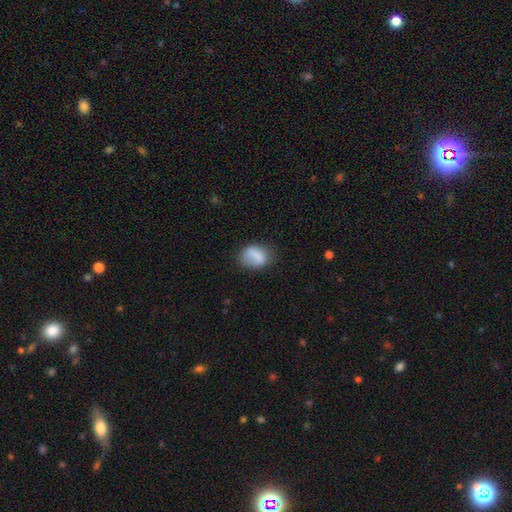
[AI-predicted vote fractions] Smooth or featured?
  - smooth: 81% *
  - featured or disk: 10%
  - star or artifact: 9%
How rounded?
  - in between: 69% *
  - round: 30%
  - cigar-shaped: 2%
Merging?
  - none: 64% *
  - minor disturbance: 25%
  - major disturbance: 9%
  - merger: 3%